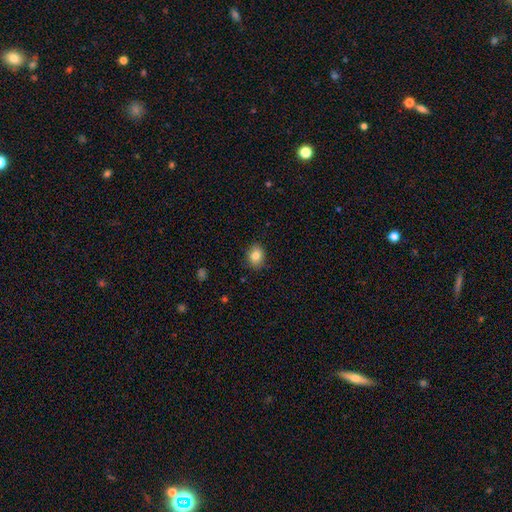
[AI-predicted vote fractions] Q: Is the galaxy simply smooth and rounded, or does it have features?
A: smooth — 83%.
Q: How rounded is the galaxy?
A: round — 50%.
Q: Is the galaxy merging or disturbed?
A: none — 87%.